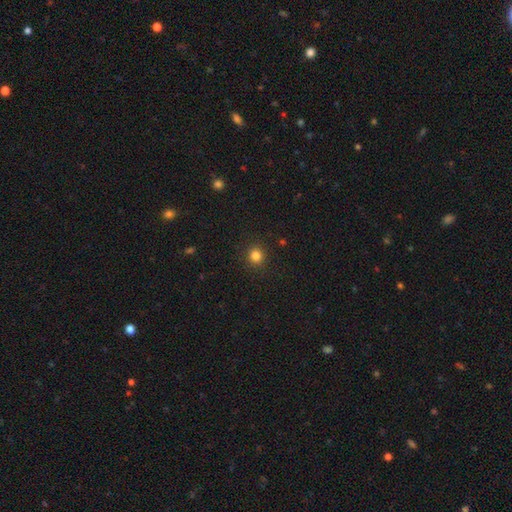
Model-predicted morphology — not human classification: Smooth or featured? smooth (83%)
How rounded? round (91%)
Merging? none (91%)